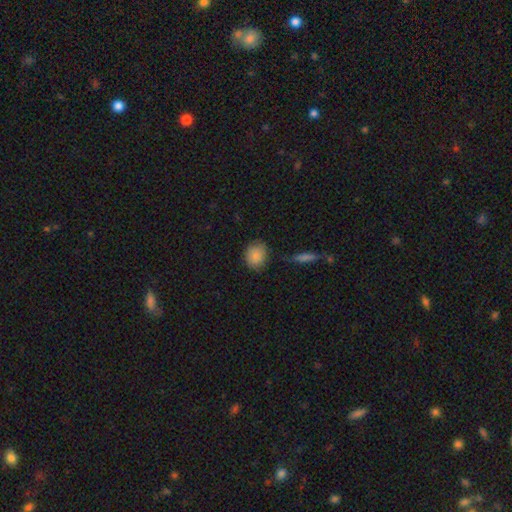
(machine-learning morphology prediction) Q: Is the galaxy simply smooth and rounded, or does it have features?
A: smooth — 87%.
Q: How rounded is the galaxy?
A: round — 66%.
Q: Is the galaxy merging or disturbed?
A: none — 78%.